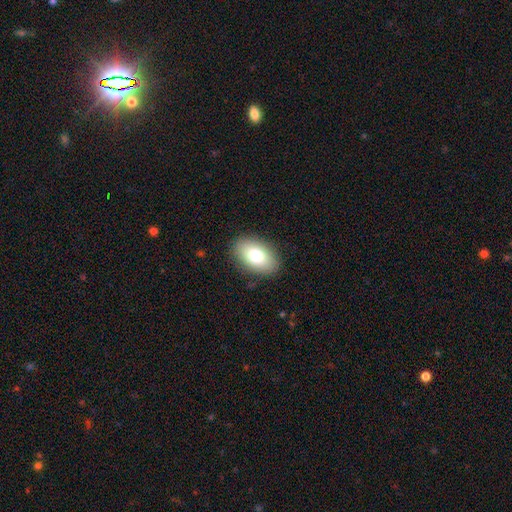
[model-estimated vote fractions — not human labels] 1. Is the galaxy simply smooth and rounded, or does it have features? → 79% smooth, 14% featured or disk, 8% star or artifact.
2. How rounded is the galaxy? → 92% in between, 7% round, 1% cigar-shaped.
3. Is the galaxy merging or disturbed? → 87% none, 9% minor disturbance, 3% major disturbance, 1% merger.